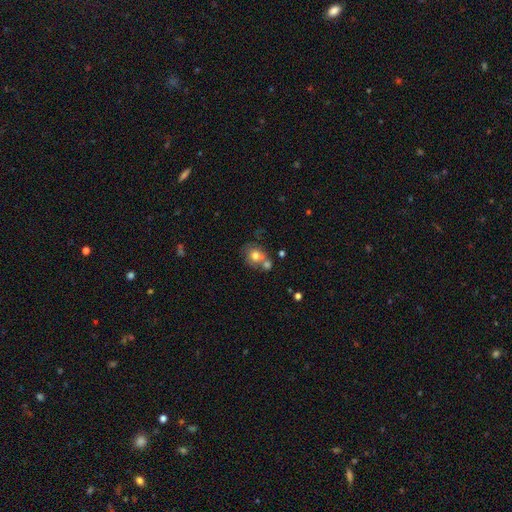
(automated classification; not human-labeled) Morphology: type=smooth (73%); roundness=round (71%); merging=none (44%).